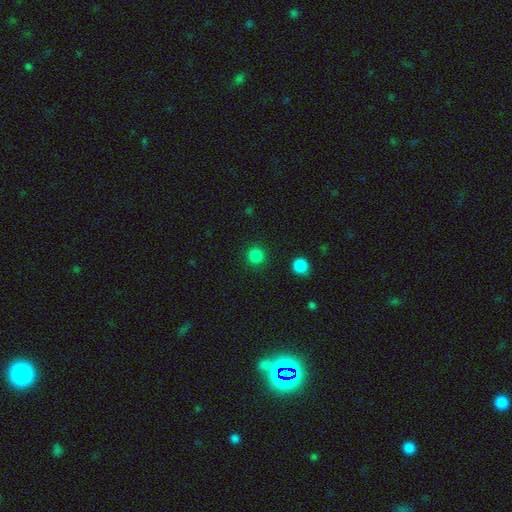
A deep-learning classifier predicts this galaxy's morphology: This appears to be a smooth galaxy with no disk features (85%) that is round (95%). Merging: none (91%).